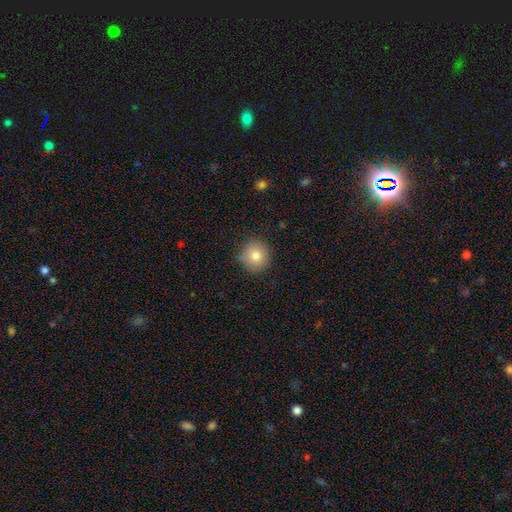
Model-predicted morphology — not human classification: A smooth galaxy with no disk features (81%) that is round (92%).

Vote fractions:
- Smooth or featured? smooth: 81% / star or artifact: 10% / featured or disk: 9%
- How rounded? round: 92% / in between: 7% / cigar-shaped: 1%
- Merging? none: 83% / minor disturbance: 13% / major disturbance: 3% / merger: 1%